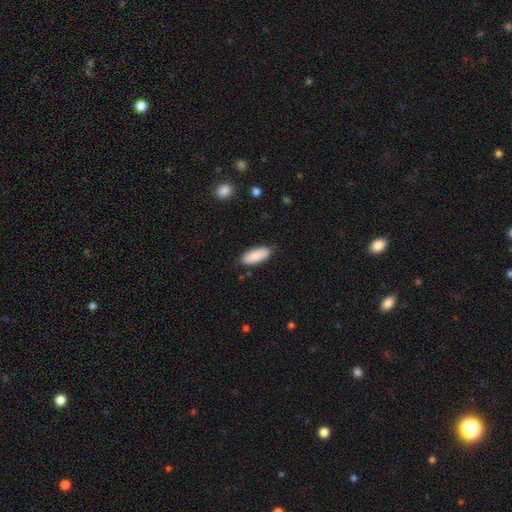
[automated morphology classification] Smooth or featured? Predicted: smooth (p=0.87). How rounded? Predicted: in between (p=0.84). Merging? Predicted: none (p=0.82).